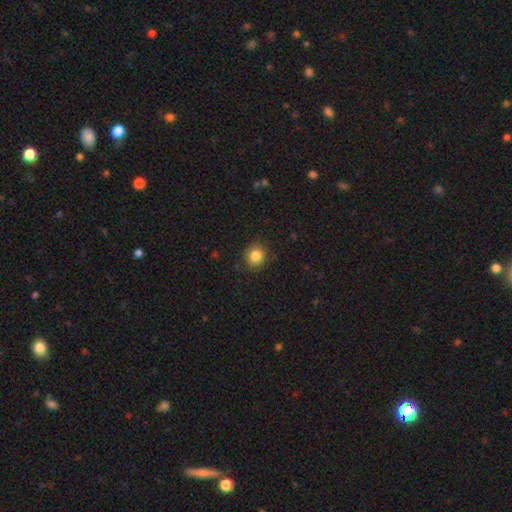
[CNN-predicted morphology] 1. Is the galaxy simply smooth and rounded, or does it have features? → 84% smooth, 11% star or artifact, 5% featured or disk.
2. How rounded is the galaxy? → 84% round, 15% in between, 1% cigar-shaped.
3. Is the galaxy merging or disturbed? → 89% none, 8% minor disturbance, 2% major disturbance, 1% merger.